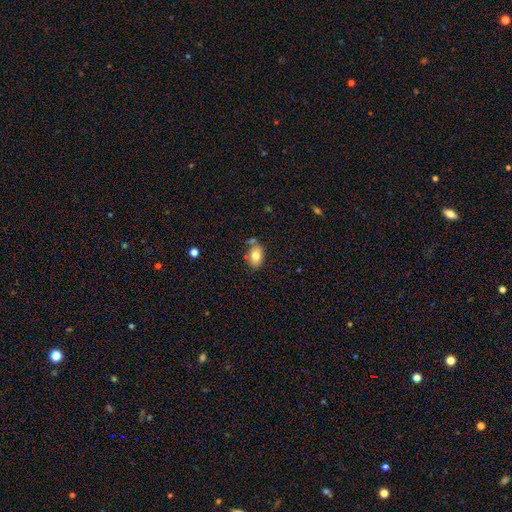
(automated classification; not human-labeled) Smooth or featured? Predicted: smooth (p=0.77). How rounded? Predicted: in between (p=0.82). Merging? Predicted: none (p=0.65).